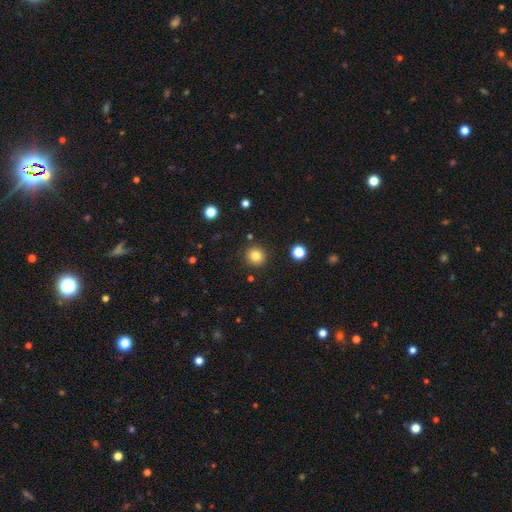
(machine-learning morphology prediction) smooth_or_featured: smooth (p=0.83) [alt: star or artifact p=0.11]
how_rounded: round (p=0.92) [alt: in between p=0.07]
merging: none (p=0.89) [alt: minor disturbance p=0.06]